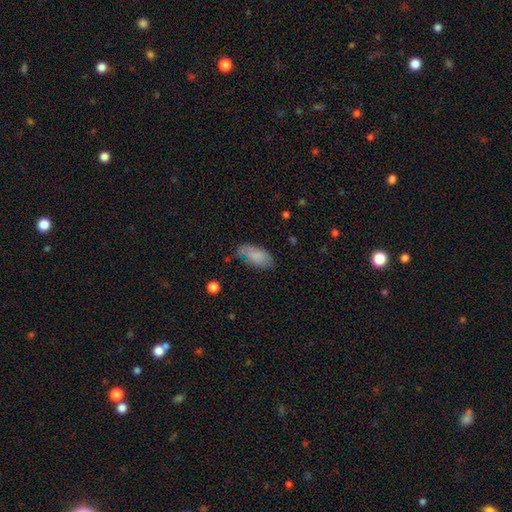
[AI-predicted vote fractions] smooth-or-featured: smooth: 81% | featured or disk: 11% | star or artifact: 7%
  how-rounded: in between: 92% | cigar-shaped: 5% | round: 2%
  merging: none: 60% | minor disturbance: 29% | major disturbance: 8% | merger: 3%